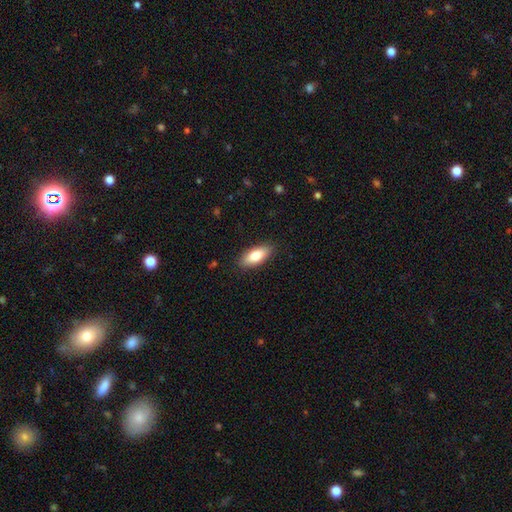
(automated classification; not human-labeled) Smooth or featured?
  - smooth: 80% *
  - featured or disk: 14%
  - star or artifact: 6%
How rounded?
  - in between: 82% *
  - cigar-shaped: 16%
  - round: 3%
Merging?
  - none: 87% *
  - minor disturbance: 10%
  - major disturbance: 2%
  - merger: 1%